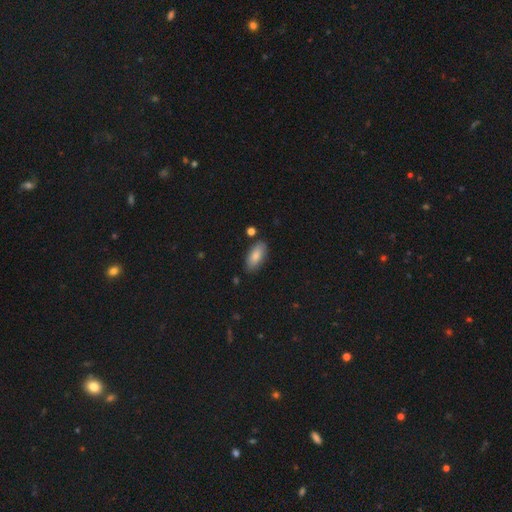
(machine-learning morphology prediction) This is clearly a smooth galaxy (82%). How rounded: clearly in between (89%). Merging: clearly none (82%).